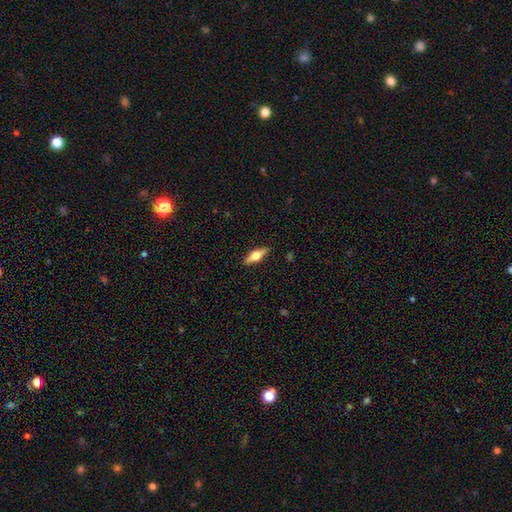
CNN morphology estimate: A featured or disk galaxy (49%). Merging: none (89%).